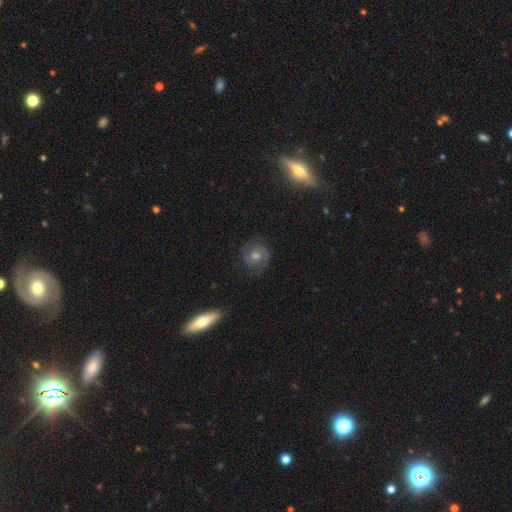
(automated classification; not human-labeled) featured or disk 78%, smooth 14%, star or artifact 9%. Down the decision tree: edge-on disk — no (96%); bar — no (63%); spiral arms — yes (94%); spiral arm count — 2 (77%); spiral winding — tight (52%); bulge size — moderate (65%); merging — none (80%).